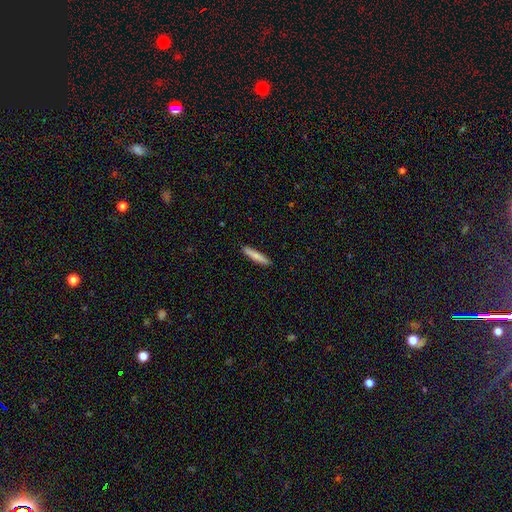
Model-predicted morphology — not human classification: smooth 78%, featured or disk 17%, star or artifact 6%. Down the decision tree: how rounded — cigar-shaped (92%); merging — none (91%).